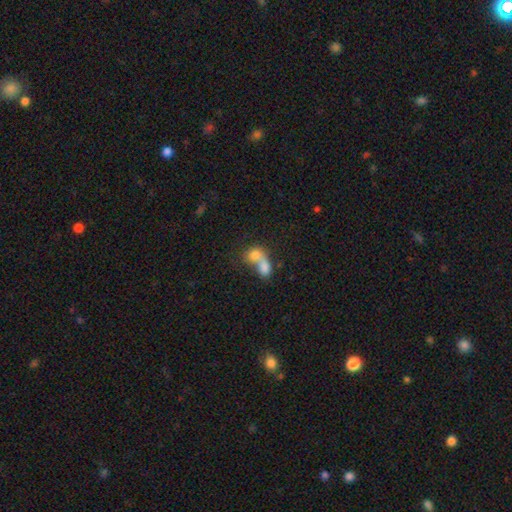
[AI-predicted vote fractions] smooth 75%, featured or disk 17%, star or artifact 8%. Down the decision tree: how rounded — in between (58%); merging — merger (77%).